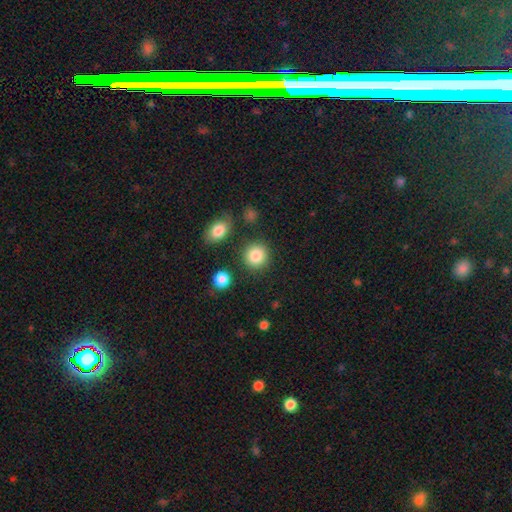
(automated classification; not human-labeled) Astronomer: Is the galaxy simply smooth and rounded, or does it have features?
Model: smooth — 85%.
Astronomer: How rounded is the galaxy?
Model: round — 89%.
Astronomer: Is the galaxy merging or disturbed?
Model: none — 85%.